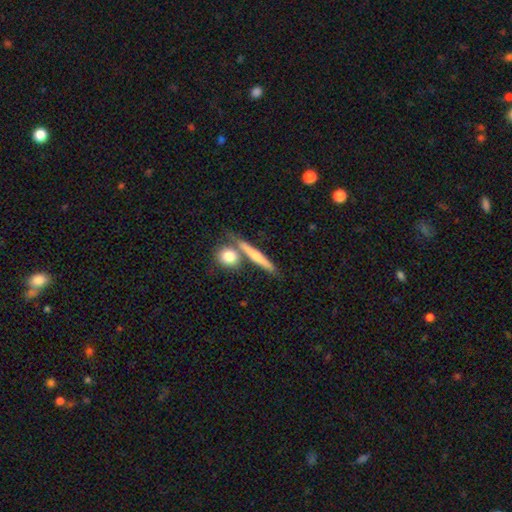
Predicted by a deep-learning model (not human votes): Smooth or featured?
  - smooth: 57% *
  - featured or disk: 36%
  - star or artifact: 7%
How rounded?
  - cigar-shaped: 75% *
  - round: 14%
  - in between: 12%
Merging?
  - none: 67% *
  - merger: 19%
  - minor disturbance: 11%
  - major disturbance: 4%